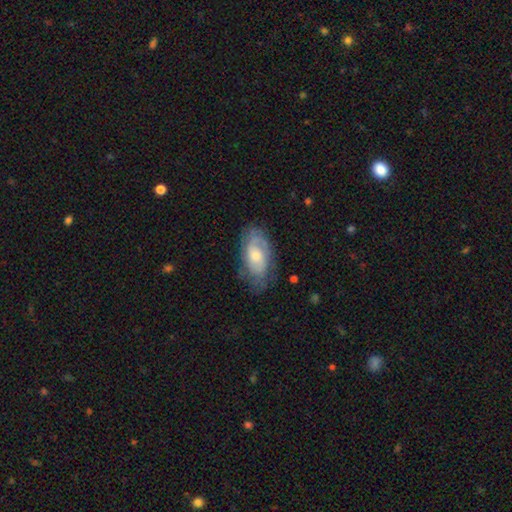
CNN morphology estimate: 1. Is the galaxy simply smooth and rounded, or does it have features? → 61% featured or disk, 33% smooth, 6% star or artifact.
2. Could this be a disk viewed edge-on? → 93% no, 7% yes.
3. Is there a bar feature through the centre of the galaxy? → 72% no, 25% weak, 4% strong.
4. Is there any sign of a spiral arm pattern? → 81% yes, 19% no.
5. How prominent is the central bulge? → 48% moderate, 44% small, 4% large, 2% none, 1% dominant.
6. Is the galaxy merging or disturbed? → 66% none, 23% minor disturbance, 9% major disturbance, 1% merger.